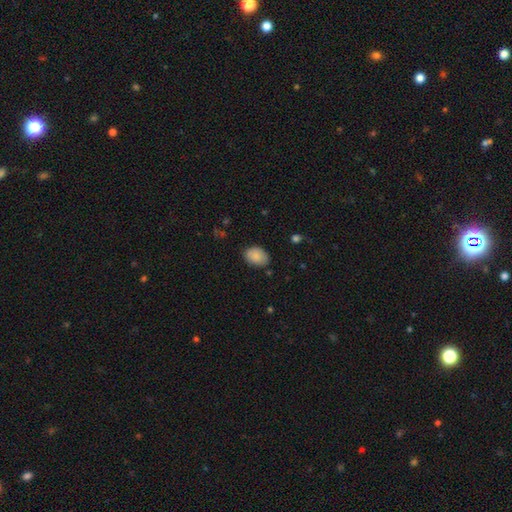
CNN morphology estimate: Overall: smooth (87%). How rounded: in between (71%). Merging: none (81%).